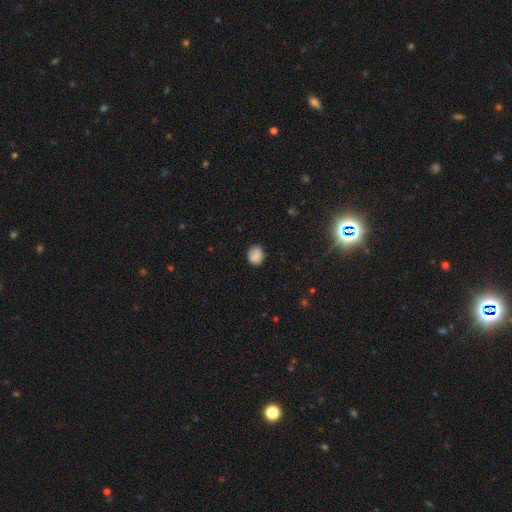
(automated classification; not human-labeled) This is clearly a smooth galaxy (83%). How rounded: possibly round (57%). Merging: likely none (78%).